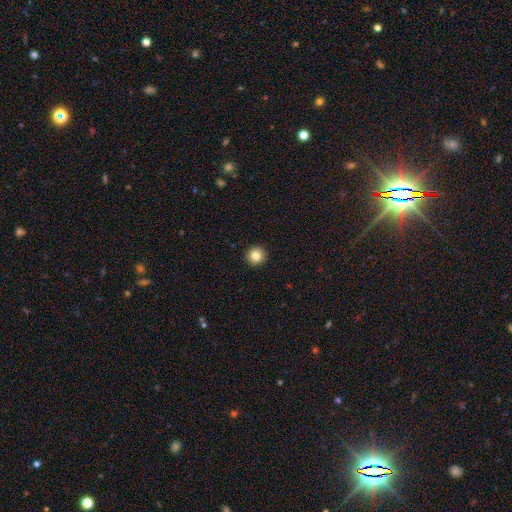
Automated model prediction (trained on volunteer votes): smooth_or_featured: smooth (p=0.83) [alt: star or artifact p=0.10]
how_rounded: round (p=0.95) [alt: in between p=0.04]
merging: none (p=0.94) [alt: minor disturbance p=0.04]